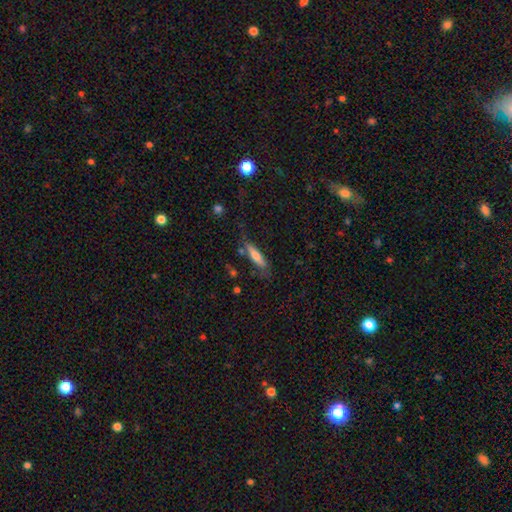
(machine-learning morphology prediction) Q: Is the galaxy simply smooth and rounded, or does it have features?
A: smooth — 64%.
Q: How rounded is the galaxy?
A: cigar-shaped — 71%.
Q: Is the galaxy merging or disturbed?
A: none — 64%.